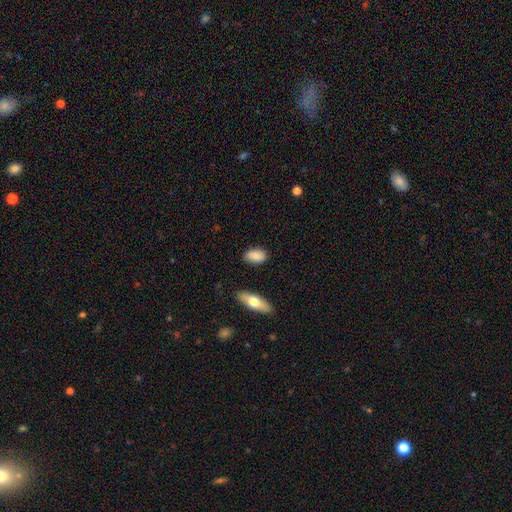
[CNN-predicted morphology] smooth_or_featured: smooth (p=0.85) [alt: featured or disk p=0.08]
how_rounded: in between (p=0.91) [alt: round p=0.05]
merging: none (p=0.83) [alt: minor disturbance p=0.12]